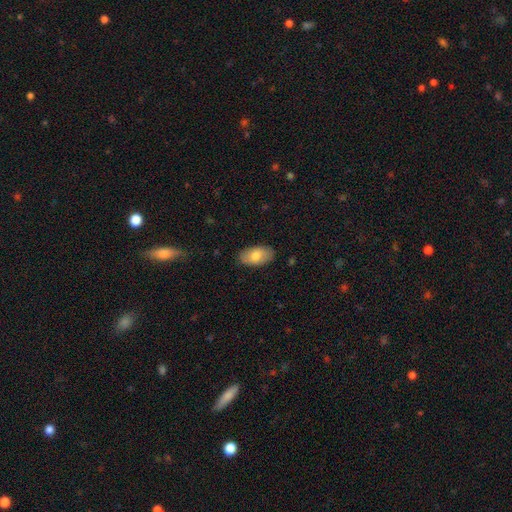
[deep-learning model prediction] A smooth galaxy with no disk features (75%) that is in between round and cigar-shaped (94%).

Vote fractions:
- Smooth or featured? smooth: 75% / featured or disk: 19% / star or artifact: 6%
- How rounded? in between: 94% / round: 4% / cigar-shaped: 2%
- Merging? none: 86% / minor disturbance: 11% / major disturbance: 2% / merger: 1%